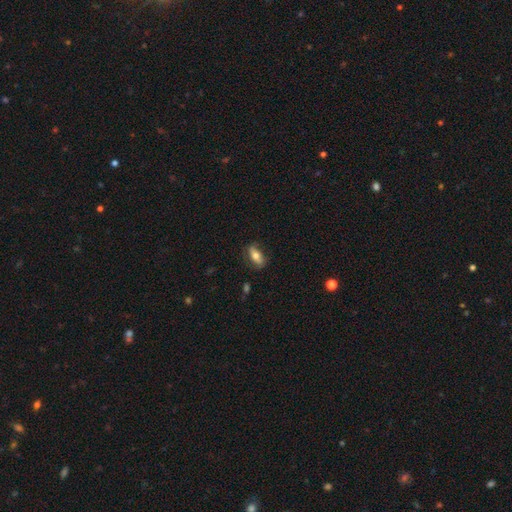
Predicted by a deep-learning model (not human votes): Smooth or featured? smooth (65%)
How rounded? in between (76%)
Merging? none (78%)